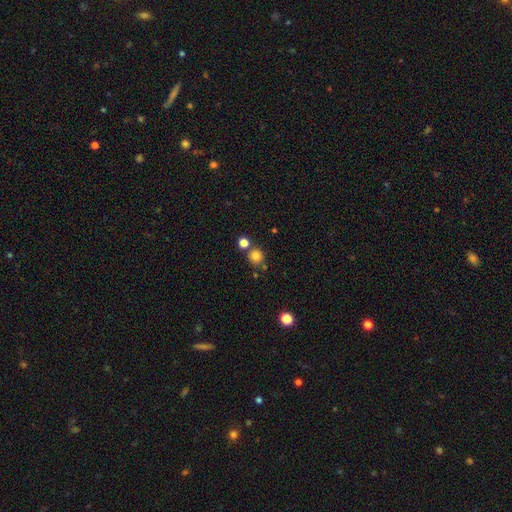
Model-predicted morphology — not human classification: This appears to be a smooth galaxy with no disk features (80%) that is round (91%). Merging: none (73%).